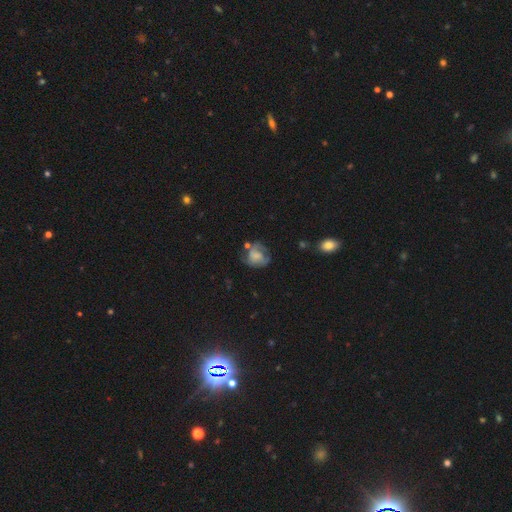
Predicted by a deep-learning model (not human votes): Smooth or featured? featured or disk (49%)
Merging? none (47%)